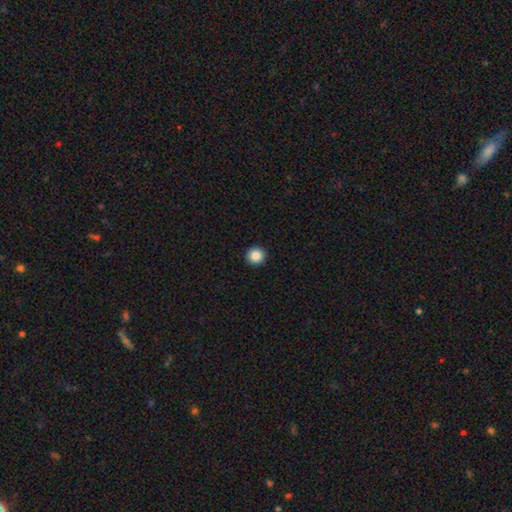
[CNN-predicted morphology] Smooth or featured? Predicted: smooth (p=0.87). How rounded? Predicted: round (p=0.96). Merging? Predicted: none (p=0.94).